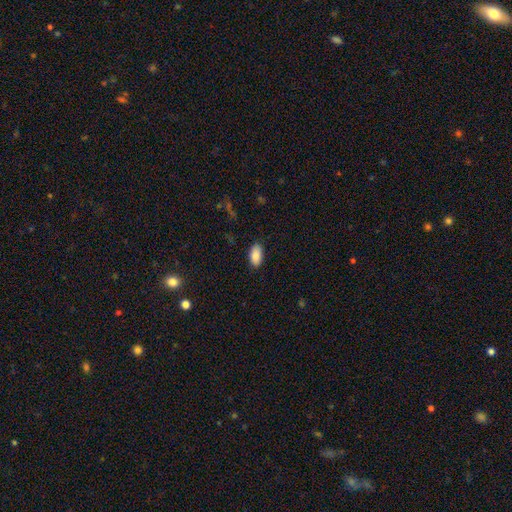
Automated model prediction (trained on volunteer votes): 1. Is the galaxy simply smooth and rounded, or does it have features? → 87% smooth, 7% star or artifact, 6% featured or disk.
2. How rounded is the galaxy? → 94% in between, 3% cigar-shaped, 3% round.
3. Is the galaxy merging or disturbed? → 86% none, 11% minor disturbance, 2% major disturbance, 1% merger.